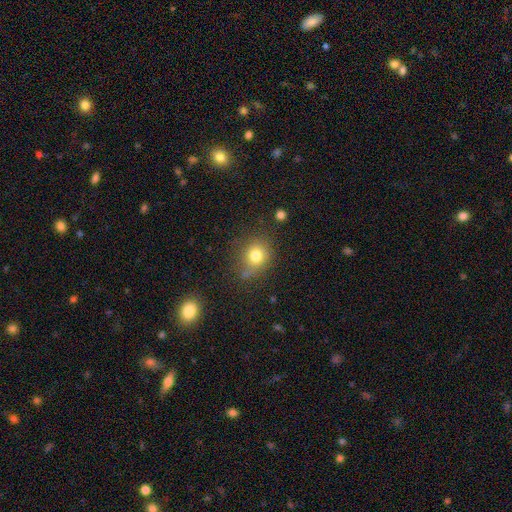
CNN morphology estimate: Q: Smooth or featured?
A: smooth (77%); runner-up: star or artifact (13%)
Q: How rounded?
A: round (73%); runner-up: in between (25%)
Q: Merging?
A: none (66%); runner-up: minor disturbance (21%)